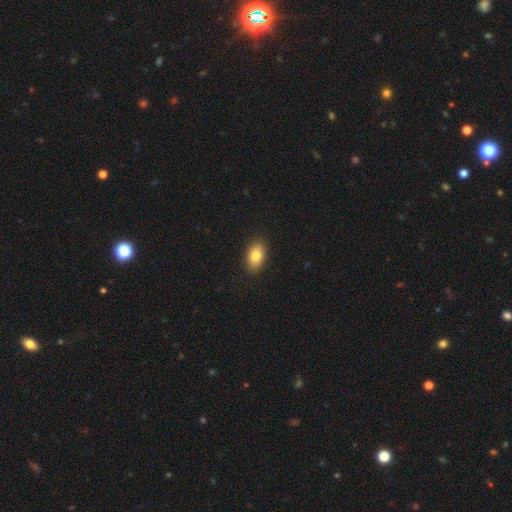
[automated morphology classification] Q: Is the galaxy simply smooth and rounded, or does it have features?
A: smooth — 83%.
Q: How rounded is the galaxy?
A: in between — 89%.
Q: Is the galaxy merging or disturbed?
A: none — 89%.